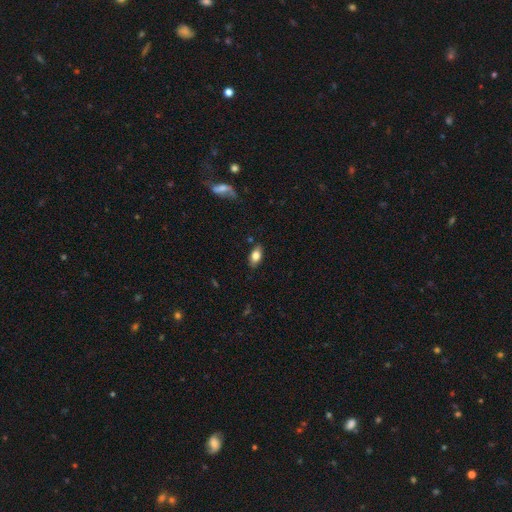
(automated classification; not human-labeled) The model was most divided on "smooth or featured": smooth: 77%, featured or disk: 15%, star or artifact: 8%. More confident: how rounded — in between (89%); merging — none (84%).